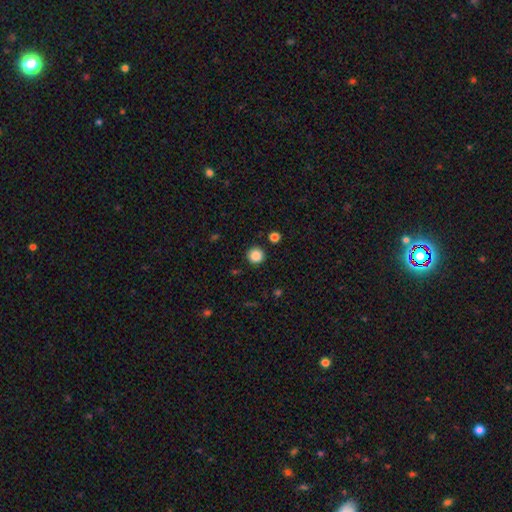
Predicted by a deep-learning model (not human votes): smooth-or-featured: smooth: 86% | star or artifact: 11% | featured or disk: 3%
  how-rounded: round: 95% | in between: 4% | cigar-shaped: 1%
  merging: none: 91% | minor disturbance: 5% | merger: 2% | major disturbance: 2%